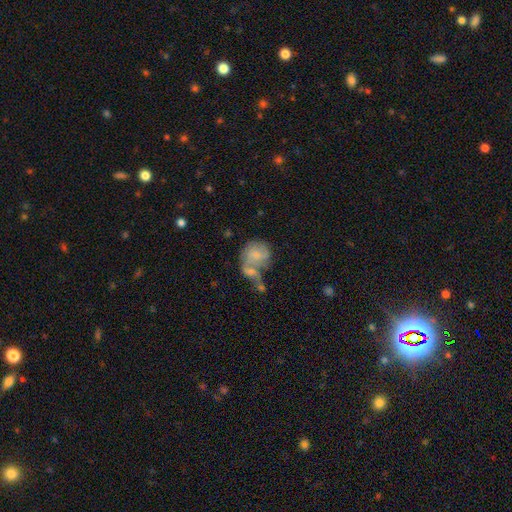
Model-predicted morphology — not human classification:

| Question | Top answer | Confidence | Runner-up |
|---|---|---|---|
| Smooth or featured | smooth | 52% | featured or disk (40%) |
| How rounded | round | 58% | in between (41%) |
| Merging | merger | 50% | none (19%) |